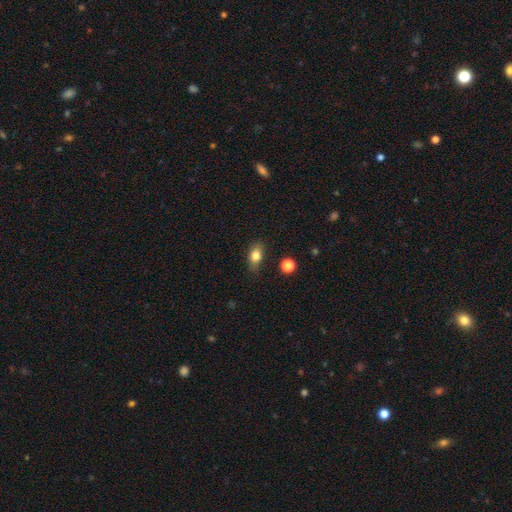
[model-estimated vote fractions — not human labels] Smooth or featured? smooth (80%)
How rounded? in between (77%)
Merging? none (78%)